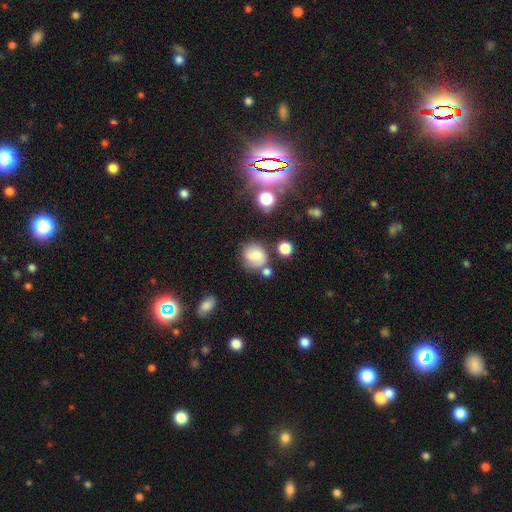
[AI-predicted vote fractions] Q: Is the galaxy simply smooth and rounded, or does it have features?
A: smooth — 61%.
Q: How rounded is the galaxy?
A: round — 74%.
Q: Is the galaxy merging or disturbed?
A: none — 55%.